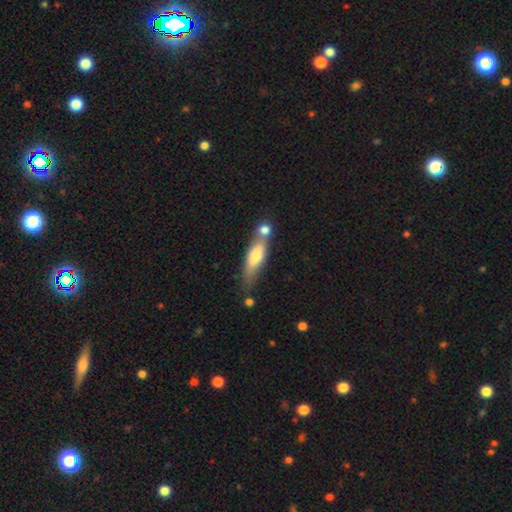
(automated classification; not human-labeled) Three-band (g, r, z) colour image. It shows a smooth galaxy with no disk features (62%) that is cigar-shaped (56%). Merging: none (43%).